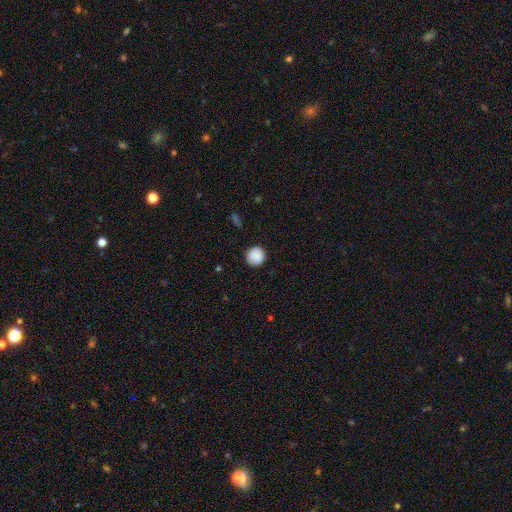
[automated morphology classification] smooth 88%, star or artifact 8%, featured or disk 4%. Down the decision tree: how rounded — round (92%); merging — none (86%).